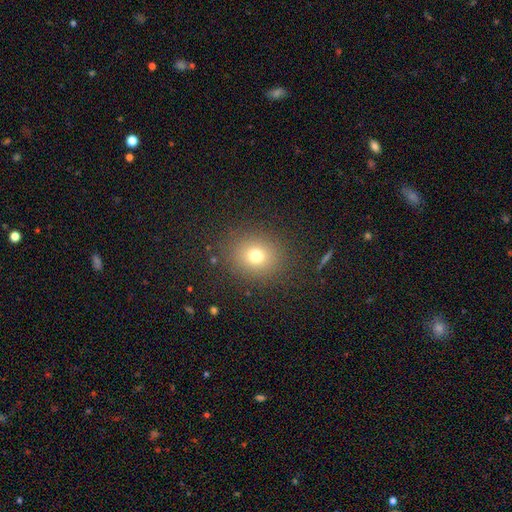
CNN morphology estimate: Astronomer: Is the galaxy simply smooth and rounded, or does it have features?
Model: smooth — 74%.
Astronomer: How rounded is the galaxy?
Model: round — 79%.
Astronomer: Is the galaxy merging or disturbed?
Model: none — 87%.